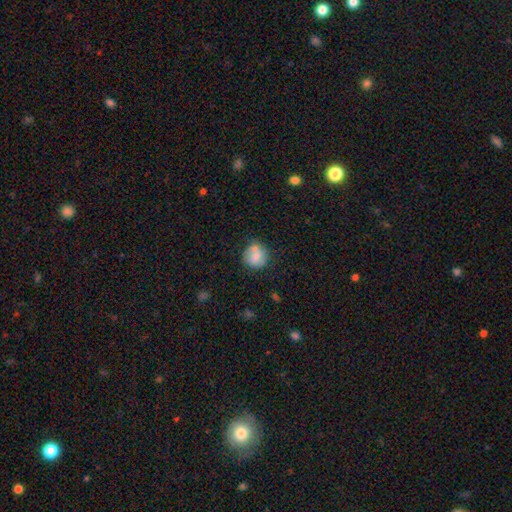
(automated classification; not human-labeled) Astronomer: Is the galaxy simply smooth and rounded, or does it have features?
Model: smooth — 67%.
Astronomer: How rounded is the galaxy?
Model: round — 82%.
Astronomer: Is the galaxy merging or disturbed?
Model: none — 57%.